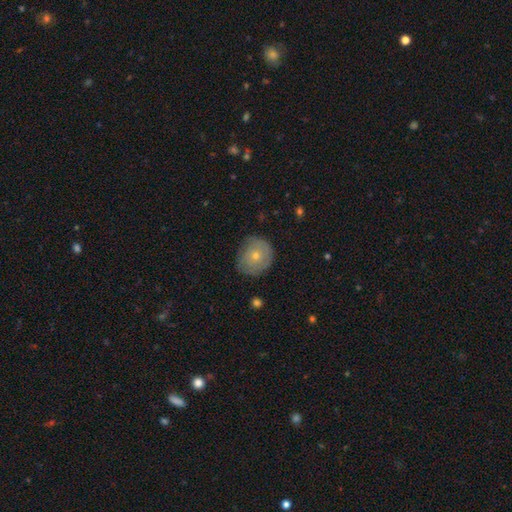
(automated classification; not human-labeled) Smooth or featured: smooth — 58% (featured or disk — 34%)
How rounded: round — 81% (in between — 18%)
Merging: none — 69% (minor disturbance — 23%)